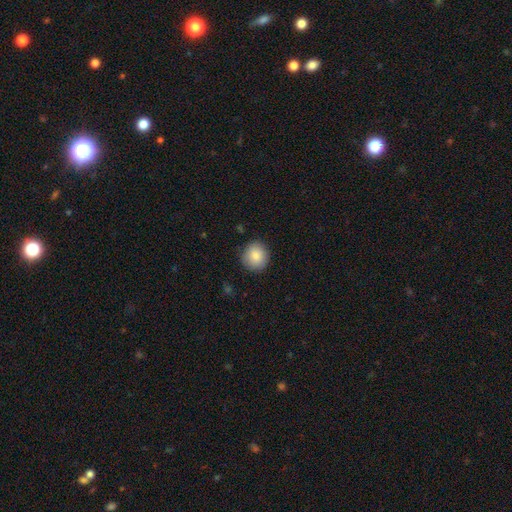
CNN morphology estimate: Overall: smooth (85%). How rounded: round (91%). Merging: none (88%).